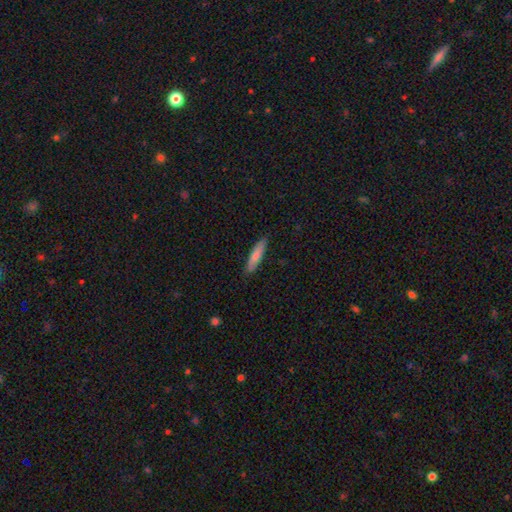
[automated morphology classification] A smooth galaxy with no disk features (76%) that is cigar-shaped (79%). Merging: none (88%).